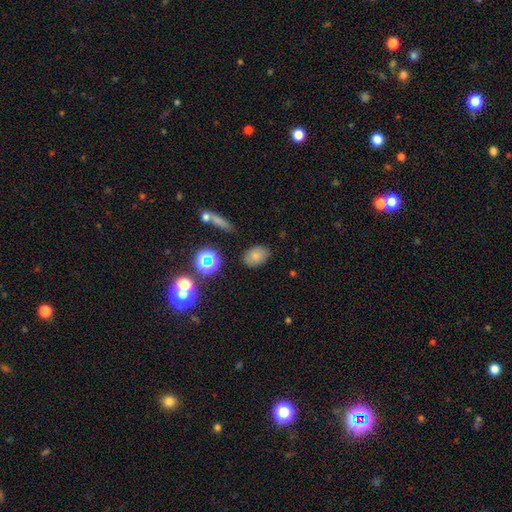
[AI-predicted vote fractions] Smooth or featured?
  - smooth: 76% *
  - star or artifact: 14%
  - featured or disk: 10%
How rounded?
  - in between: 80% *
  - round: 18%
  - cigar-shaped: 2%
Merging?
  - none: 82% *
  - minor disturbance: 12%
  - major disturbance: 4%
  - merger: 3%